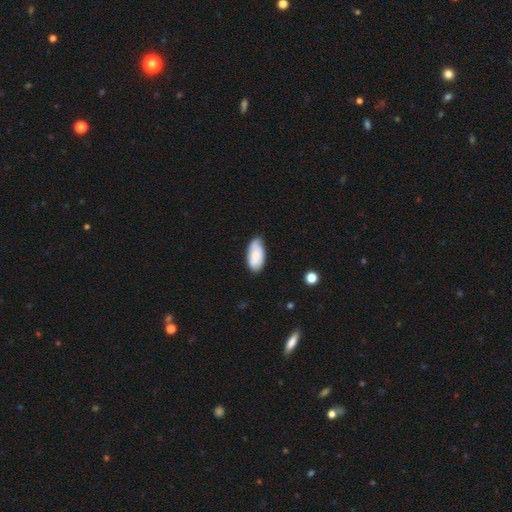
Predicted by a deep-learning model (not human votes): Smooth or featured: smooth — 77% (featured or disk — 16%)
How rounded: in between — 93% (cigar-shaped — 5%)
Merging: none — 59% (minor disturbance — 33%)